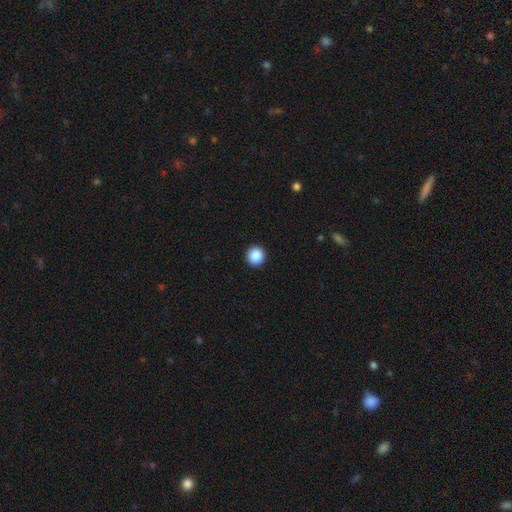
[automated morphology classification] Smooth or featured? smooth (88%)
How rounded? round (95%)
Merging? none (93%)